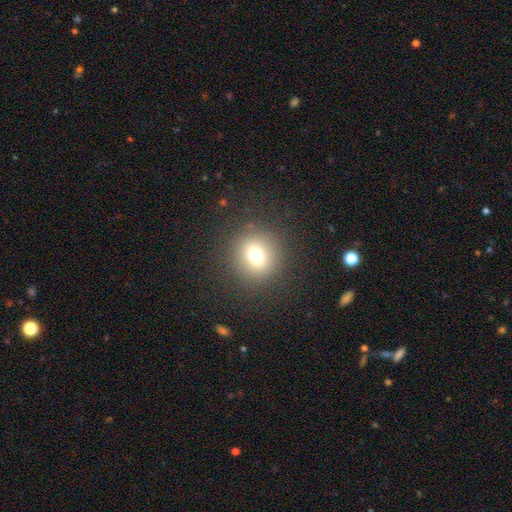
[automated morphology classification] This appears to be a smooth galaxy with no disk features (72%) that is round (87%). Merging: none (87%).